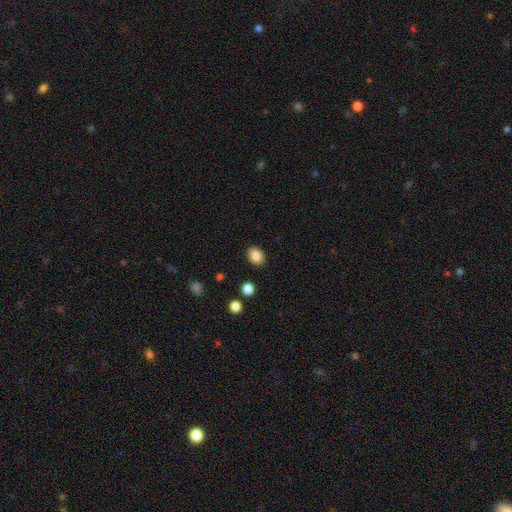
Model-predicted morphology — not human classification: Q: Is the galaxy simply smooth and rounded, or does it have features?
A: smooth — 87%.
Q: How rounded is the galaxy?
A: in between — 68%.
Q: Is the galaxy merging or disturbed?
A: none — 88%.